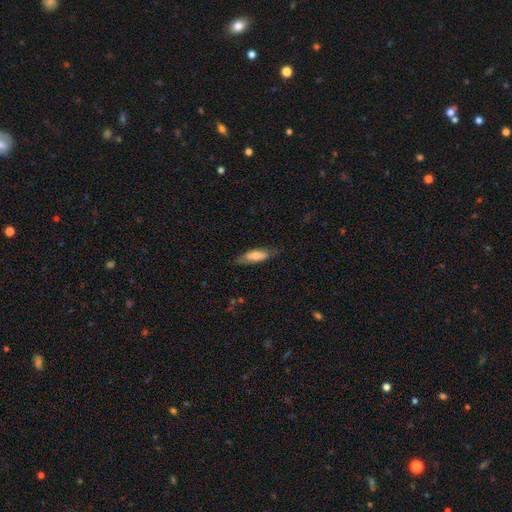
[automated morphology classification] The model was most divided on "how rounded": in between: 57%, cigar-shaped: 41%, round: 2%. More confident: merging — none (73%); smooth or featured — smooth (64%).